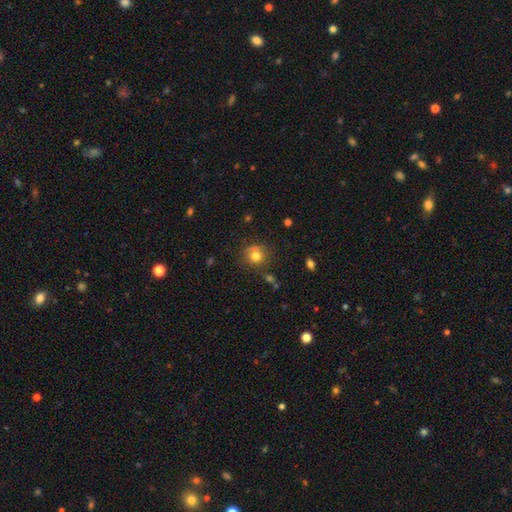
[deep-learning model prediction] A smooth galaxy with no disk features (78%) that is round (88%).

Vote fractions:
- Smooth or featured? smooth: 78% / star or artifact: 13% / featured or disk: 9%
- How rounded? round: 88% / in between: 11% / cigar-shaped: 1%
- Merging? none: 72% / minor disturbance: 17% / major disturbance: 6% / merger: 5%